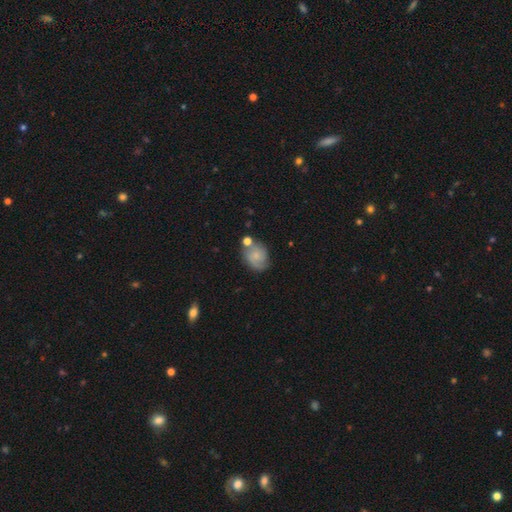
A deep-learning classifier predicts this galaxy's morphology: smooth 52%, featured or disk 39%, star or artifact 9%. Down the decision tree: how rounded — in between (51%); merging — none (55%).